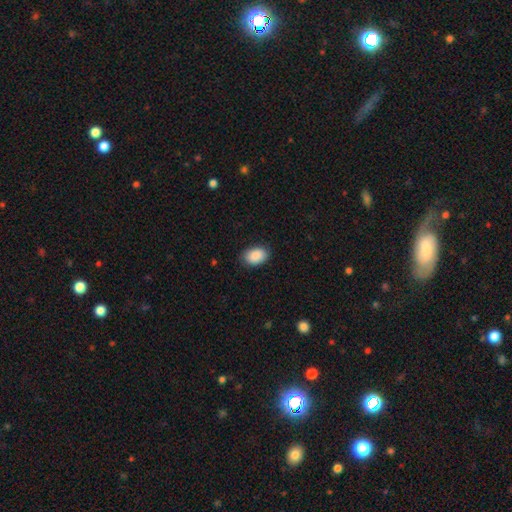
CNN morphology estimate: Smooth or featured?
  - smooth: 90% *
  - star or artifact: 6%
  - featured or disk: 4%
How rounded?
  - in between: 86% *
  - round: 13%
  - cigar-shaped: 1%
Merging?
  - none: 84% *
  - minor disturbance: 13%
  - major disturbance: 3%
  - merger: 1%